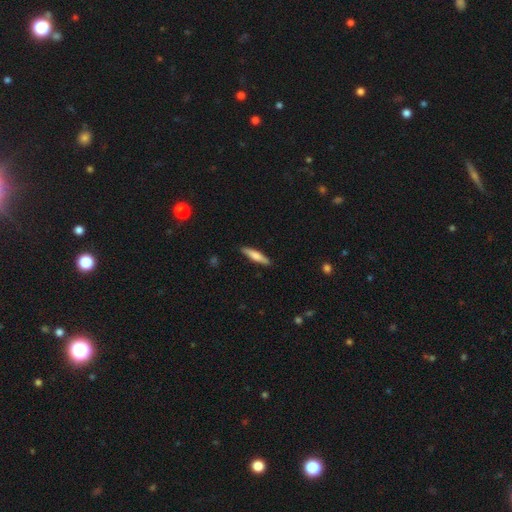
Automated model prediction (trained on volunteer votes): The model was most divided on "smooth or featured": smooth: 66%, featured or disk: 29%, star or artifact: 6%. More confident: merging — none (89%); how rounded — cigar-shaped (83%).